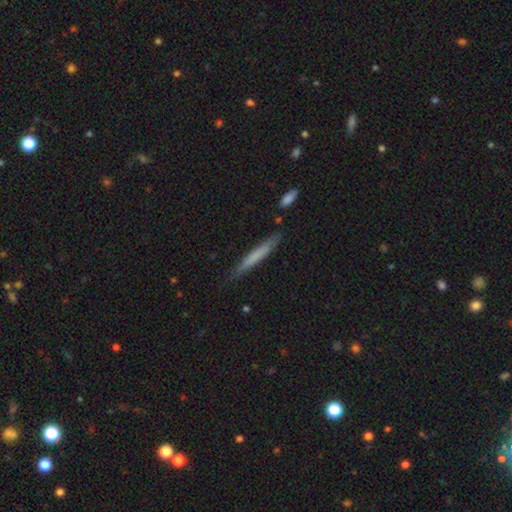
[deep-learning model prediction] A smooth galaxy with no disk features (63%) that is cigar-shaped (96%). Merging: none (83%).